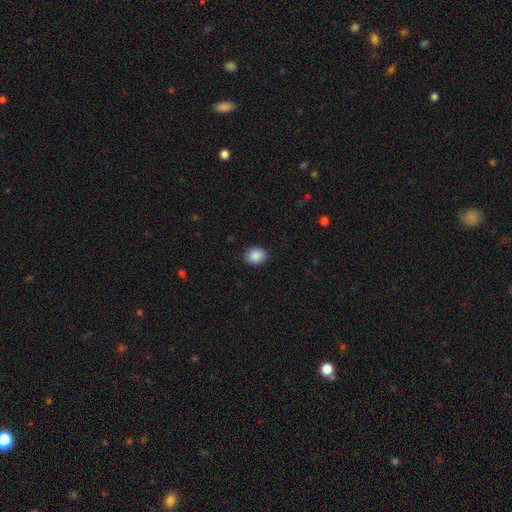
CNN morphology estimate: smooth-or-featured: smooth: 89% | star or artifact: 8% | featured or disk: 3%
  how-rounded: round: 59% | in between: 40% | cigar-shaped: 1%
  merging: none: 88% | minor disturbance: 9% | major disturbance: 2% | merger: 1%